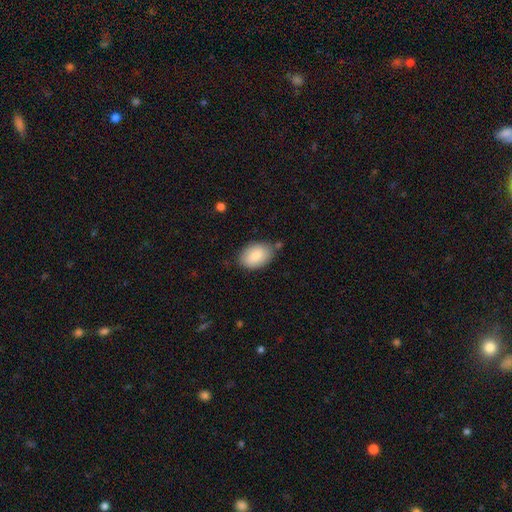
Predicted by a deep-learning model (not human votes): Morphology: type=smooth (84%); roundness=in between (89%); merging=none (75%).